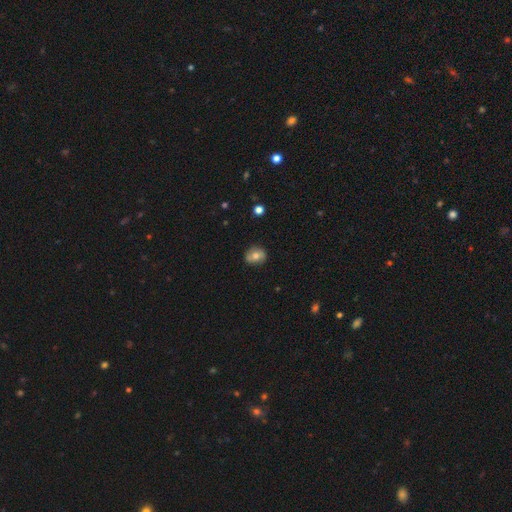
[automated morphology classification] Q: Smooth or featured?
A: smooth (61%); runner-up: featured or disk (30%)
Q: How rounded?
A: round (58%); runner-up: in between (40%)
Q: Merging?
A: none (81%); runner-up: minor disturbance (15%)